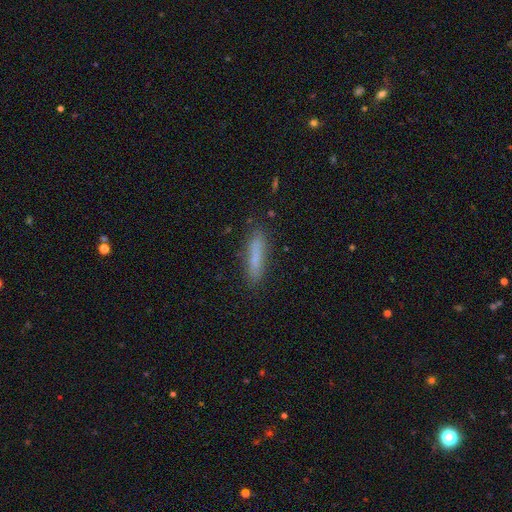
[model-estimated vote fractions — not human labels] smooth_or_featured: smooth (p=0.74) [alt: featured or disk p=0.18]
how_rounded: cigar-shaped (p=0.85) [alt: in between p=0.13]
merging: none (p=0.84) [alt: minor disturbance p=0.11]